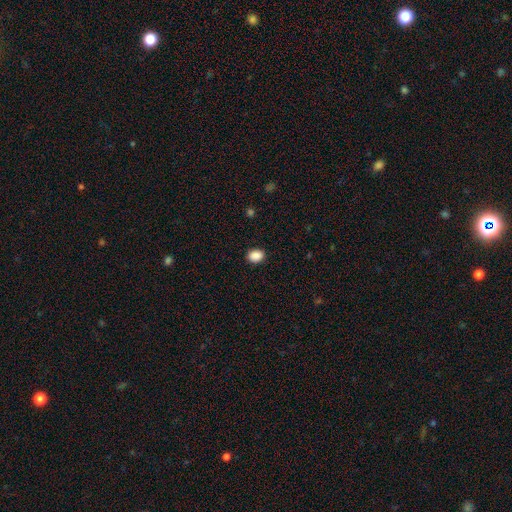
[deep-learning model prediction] Smooth or featured? Predicted: smooth (p=0.89). How rounded? Predicted: in between (p=0.62). Merging? Predicted: none (p=0.89).